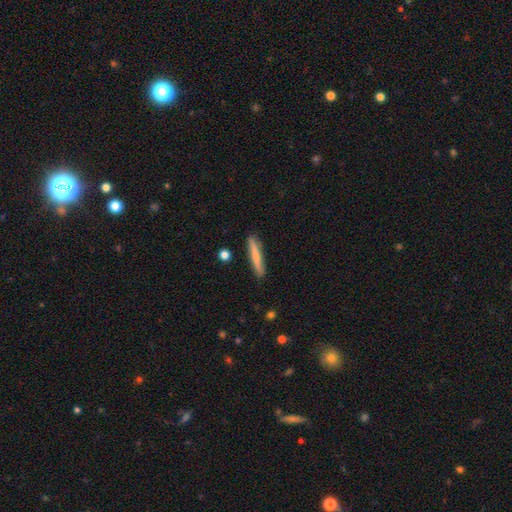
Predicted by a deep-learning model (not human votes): Smooth or featured?
  - smooth: 66% *
  - featured or disk: 28%
  - star or artifact: 6%
How rounded?
  - cigar-shaped: 93% *
  - in between: 5%
  - round: 2%
Merging?
  - none: 88% *
  - minor disturbance: 9%
  - merger: 2%
  - major disturbance: 2%